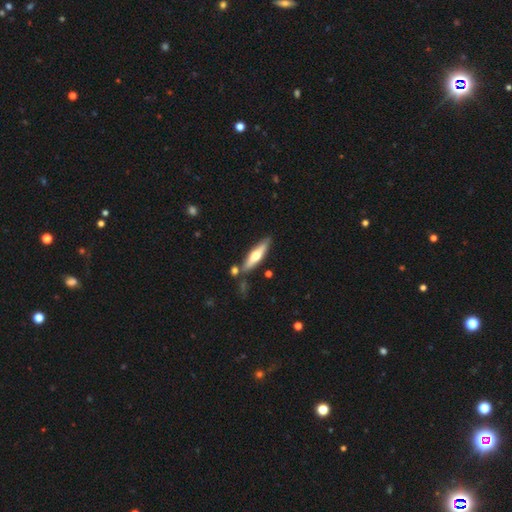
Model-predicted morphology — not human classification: Q: Smooth or featured?
A: featured or disk (51%); runner-up: smooth (44%)
Q: Edge-on disk?
A: yes (91%); runner-up: no (9%)
Q: Merging?
A: none (78%); runner-up: minor disturbance (11%)